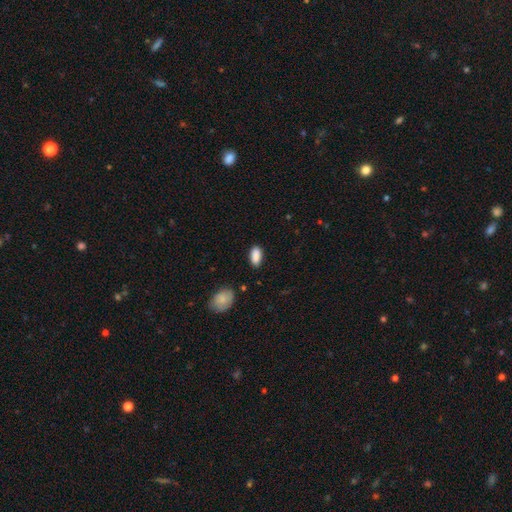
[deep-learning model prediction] Smooth or featured? Predicted: smooth (p=0.89). How rounded? Predicted: in between (p=0.91). Merging? Predicted: none (p=0.83).